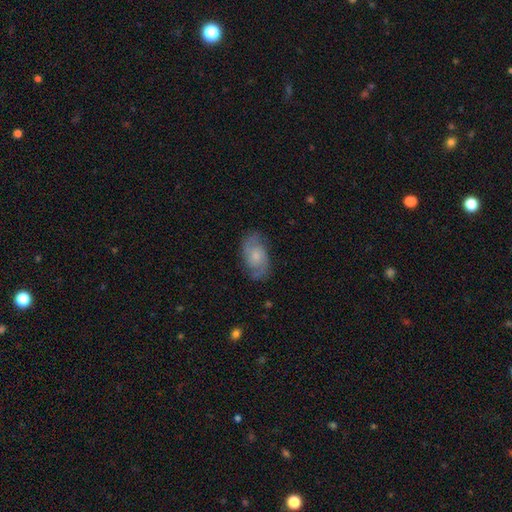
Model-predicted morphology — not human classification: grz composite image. It shows a featured or disk galaxy (74%) with no bar (63%), 2 (87%) medium (51%) spiral arms (94%) and a small central bulge (45%). Merging: none (79%).